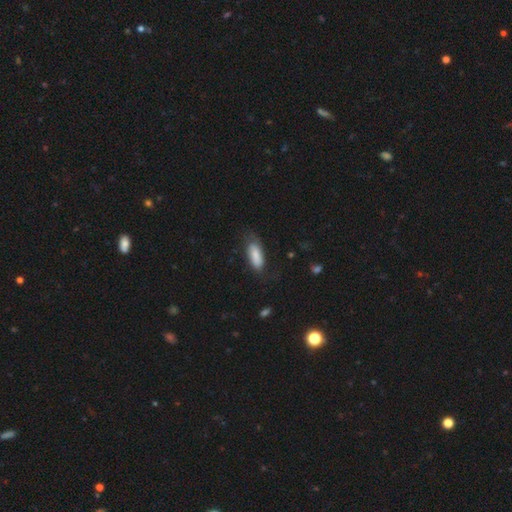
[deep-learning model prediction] This is likely a smooth galaxy (76%). How rounded: likely in between (77%). Merging: possibly none (58%).